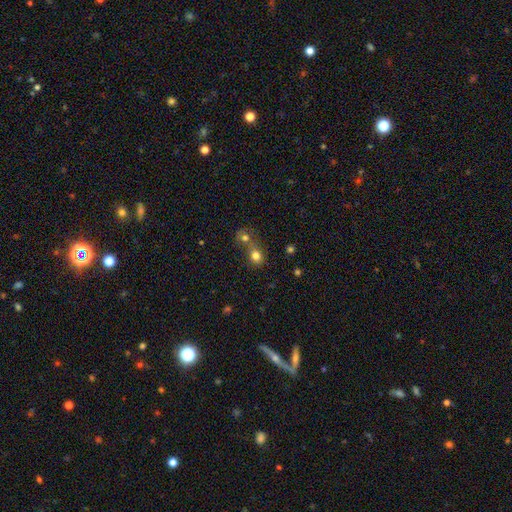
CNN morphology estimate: type=smooth (78%); roundness=round (67%); merging=merger (49%).